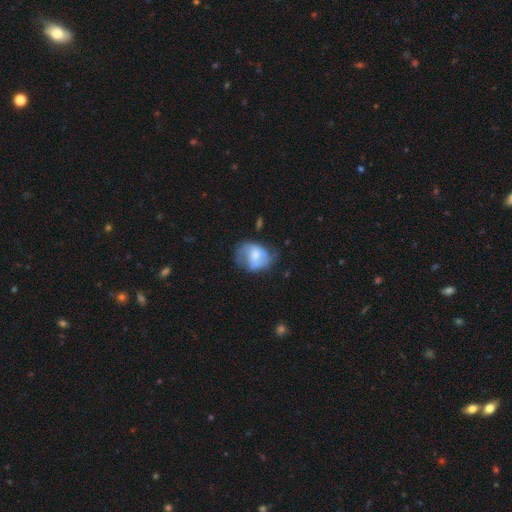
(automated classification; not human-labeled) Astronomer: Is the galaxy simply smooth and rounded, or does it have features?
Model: featured or disk — 47% (runner-up: smooth, 46%).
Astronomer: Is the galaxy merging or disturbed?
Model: none — 47% (runner-up: minor disturbance, 31%).